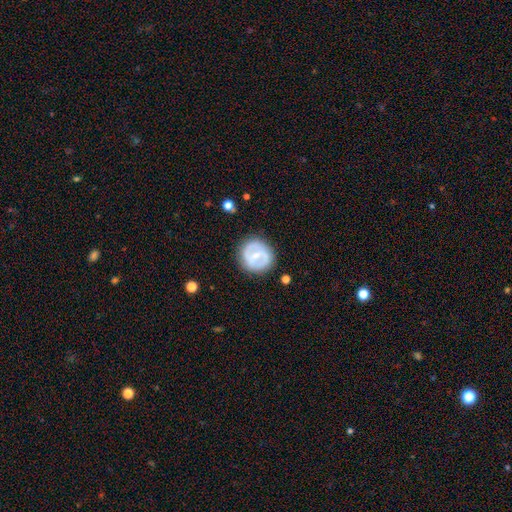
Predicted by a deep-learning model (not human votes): This is possibly a featured or disk galaxy (58%). It is clearly not viewed edge-on (95%). Bar: marginally weak (43%). Spiral arm pattern: likely no (68%). Central bulge: possibly small (49%). Merging: clearly none (83%).